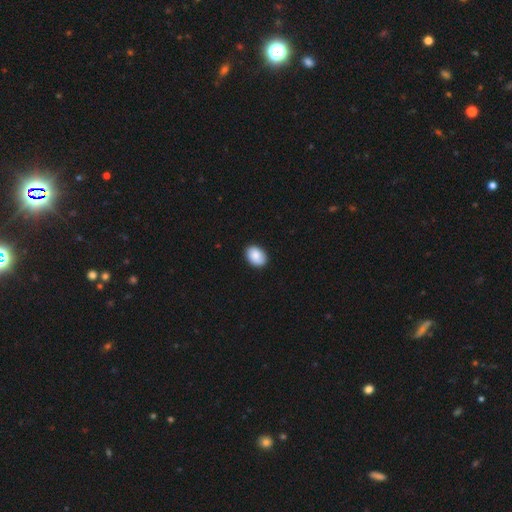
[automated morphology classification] type=smooth (85%); roundness=in between (81%); merging=none (87%).